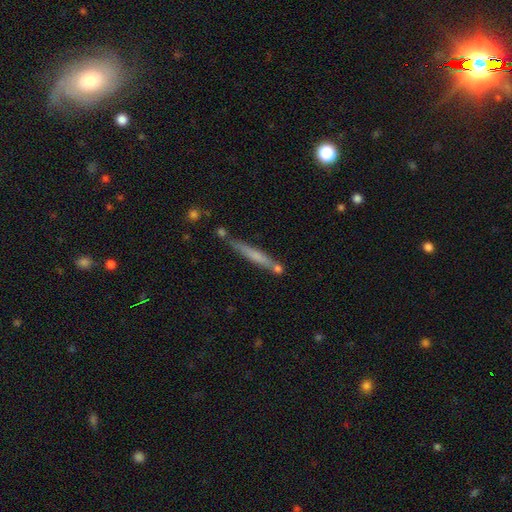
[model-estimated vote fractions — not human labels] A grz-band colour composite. It shows a smooth galaxy with no disk features (50%) that is cigar-shaped (95%). Merging: none (74%).